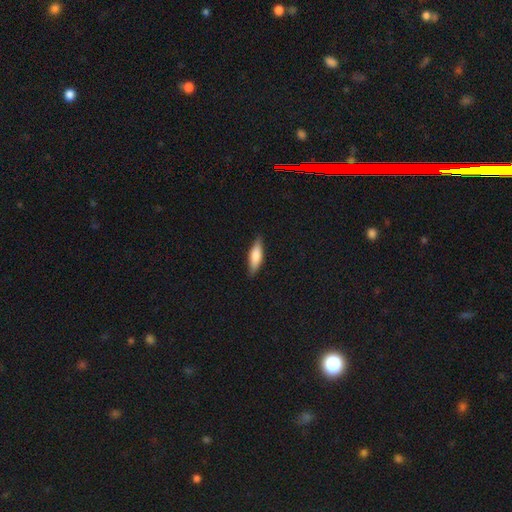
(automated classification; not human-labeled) A smooth galaxy with no disk features (74%) that is cigar-shaped (55%).

Vote fractions:
- Smooth or featured? smooth: 74% / featured or disk: 21% / star or artifact: 6%
- How rounded? cigar-shaped: 55% / in between: 43% / round: 2%
- Merging? none: 87% / minor disturbance: 10% / major disturbance: 2% / merger: 1%